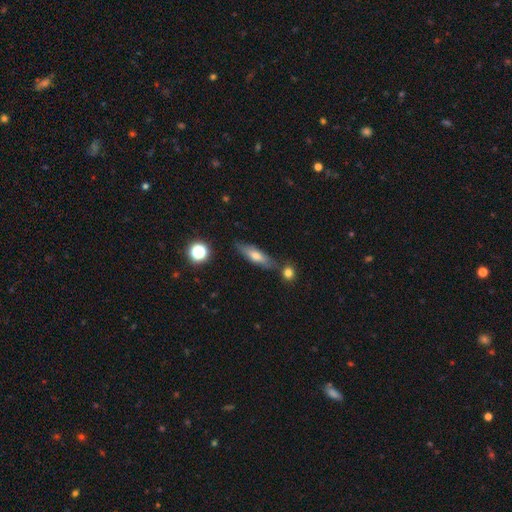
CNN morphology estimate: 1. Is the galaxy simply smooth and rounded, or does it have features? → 60% smooth, 32% featured or disk, 8% star or artifact.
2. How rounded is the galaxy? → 57% cigar-shaped, 40% in between, 3% round.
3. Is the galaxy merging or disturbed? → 73% none, 14% minor disturbance, 9% merger, 4% major disturbance.